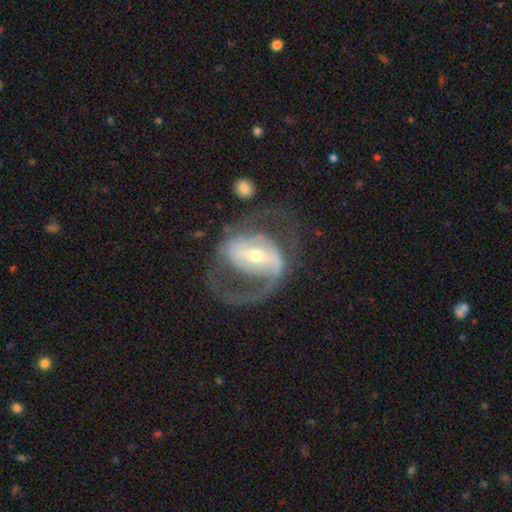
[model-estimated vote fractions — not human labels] smooth_or_featured: featured or disk (p=0.87) [alt: smooth p=0.08]
disk_edge_on: no (p=0.96) [alt: yes p=0.04]
bar: strong (p=0.57) [alt: weak p=0.30]
has_spiral_arms: yes (p=0.87) [alt: no p=0.13]
spiral_winding: medium (p=0.53) [alt: loose p=0.29]
spiral_arm_count: 2 (p=0.82) [alt: 1 p=0.08]
bulge_size: small (p=0.55) [alt: moderate p=0.39]
merging: none (p=0.57) [alt: major disturbance p=0.26]